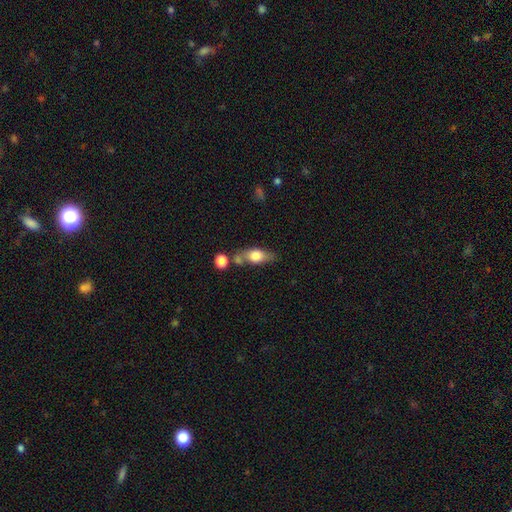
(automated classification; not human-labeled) Smooth or featured?
  - smooth: 68% *
  - featured or disk: 25%
  - star or artifact: 7%
How rounded?
  - in between: 72% *
  - cigar-shaped: 18%
  - round: 10%
Merging?
  - none: 55% *
  - merger: 20%
  - minor disturbance: 18%
  - major disturbance: 6%